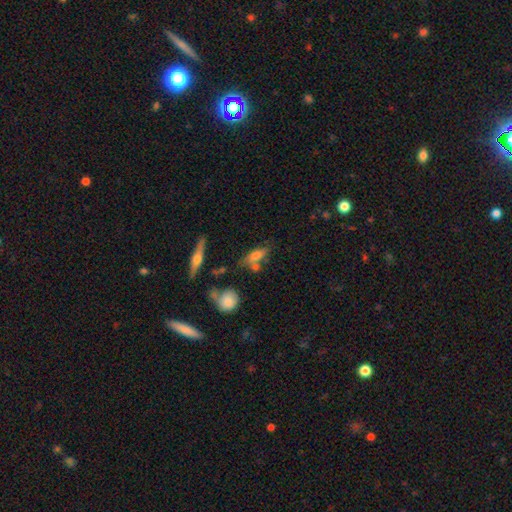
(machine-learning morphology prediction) Smooth or featured? Predicted: smooth (p=0.64). How rounded? Predicted: in between (p=0.63). Merging? Predicted: none (p=0.56).